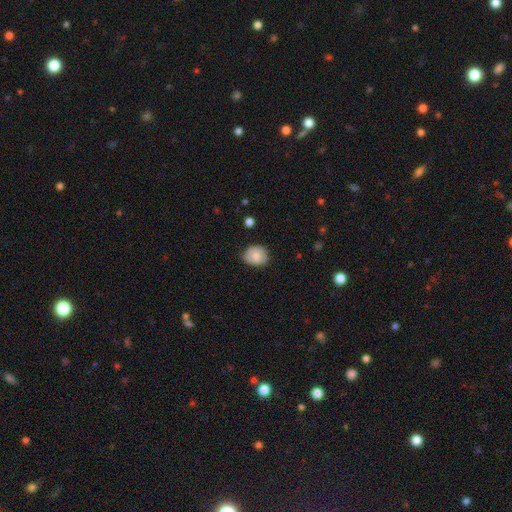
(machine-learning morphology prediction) Q: Smooth or featured?
A: smooth (74%); runner-up: featured or disk (19%)
Q: How rounded?
A: round (65%); runner-up: in between (34%)
Q: Merging?
A: none (72%); runner-up: minor disturbance (24%)